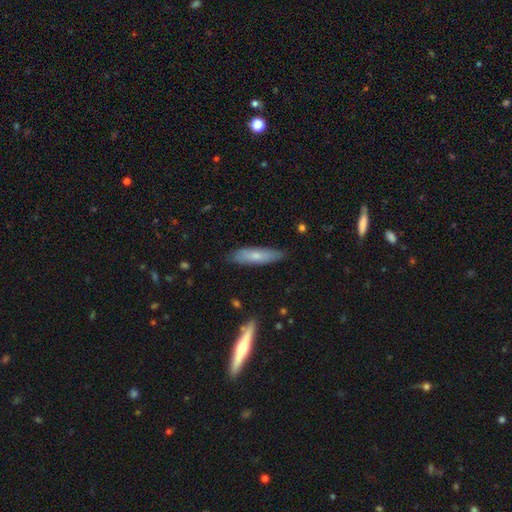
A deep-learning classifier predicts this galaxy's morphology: A smooth galaxy with no disk features (65%) that is cigar-shaped (69%). Merging: none (83%).